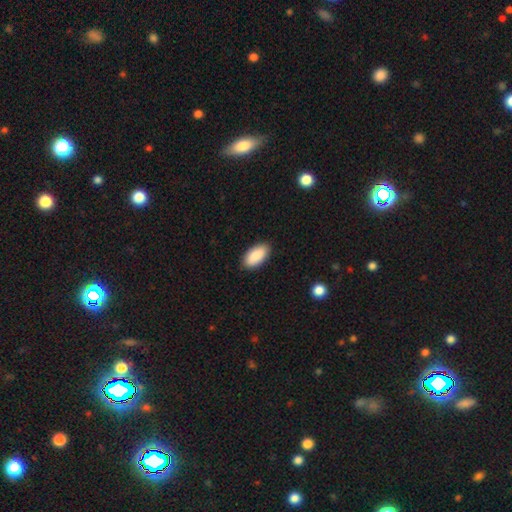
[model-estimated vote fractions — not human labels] This appears to be a smooth galaxy with no disk features (90%) that is in between round and cigar-shaped (94%). Merging: none (89%).